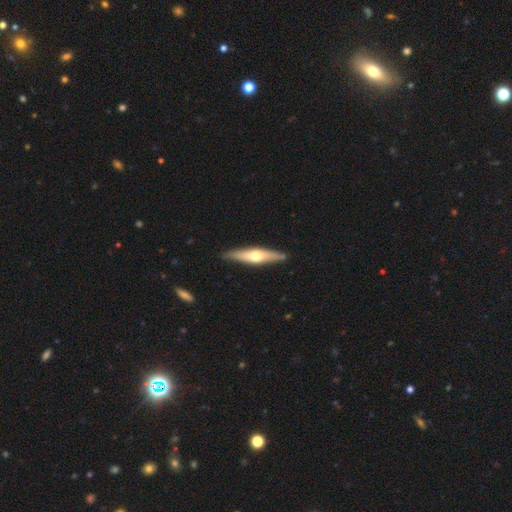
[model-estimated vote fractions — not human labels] This appears to be a featured or disk galaxy (58%) viewed edge-on (92%) with a rounded central bulge (91%). Merging: none (86%).